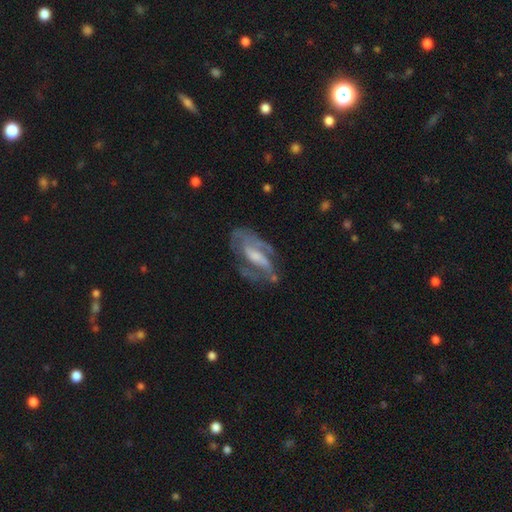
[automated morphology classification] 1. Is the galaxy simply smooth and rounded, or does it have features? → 81% featured or disk, 13% smooth, 6% star or artifact.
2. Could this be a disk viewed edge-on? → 92% no, 8% yes.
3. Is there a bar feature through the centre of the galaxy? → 39% weak, 32% strong, 29% no.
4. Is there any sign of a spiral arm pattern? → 88% yes, 12% no.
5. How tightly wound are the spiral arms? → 48% medium, 30% tight, 22% loose.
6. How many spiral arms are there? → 66% 2, 15% can't tell, 9% 3, 5% 1, 2% 4, 2% more than 4.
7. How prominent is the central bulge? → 38% small (tied), 38% moderate (tied), 13% none, 9% large, 2% dominant.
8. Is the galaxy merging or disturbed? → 58% none, 21% minor disturbance, 18% major disturbance, 3% merger.